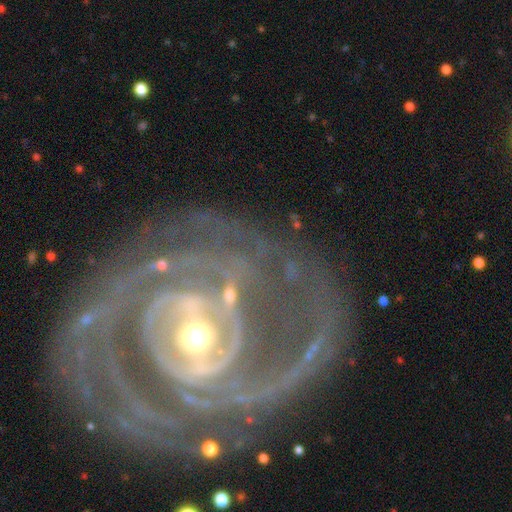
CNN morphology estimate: smooth_or_featured: featured or disk (p=0.91) [alt: star or artifact p=0.05]
disk_edge_on: no (p=0.97) [alt: yes p=0.03]
bar: weak (p=0.34) [alt: strong p=0.33]
has_spiral_arms: yes (p=0.96) [alt: no p=0.04]
spiral_winding: tight (p=0.66) [alt: medium p=0.28]
spiral_arm_count: 2 (p=0.39) [alt: can't tell p=0.19]
bulge_size: moderate (p=0.58) [alt: small p=0.33]
merging: none (p=0.71) [alt: minor disturbance p=0.15]